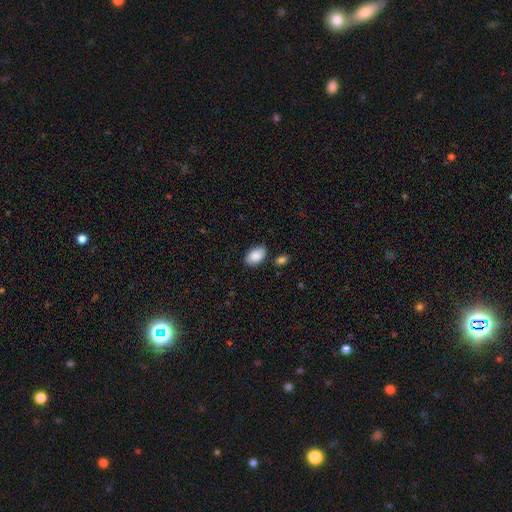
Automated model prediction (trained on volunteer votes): Smooth or featured? Predicted: smooth (p=0.89). How rounded? Predicted: in between (p=0.93). Merging? Predicted: none (p=0.82).